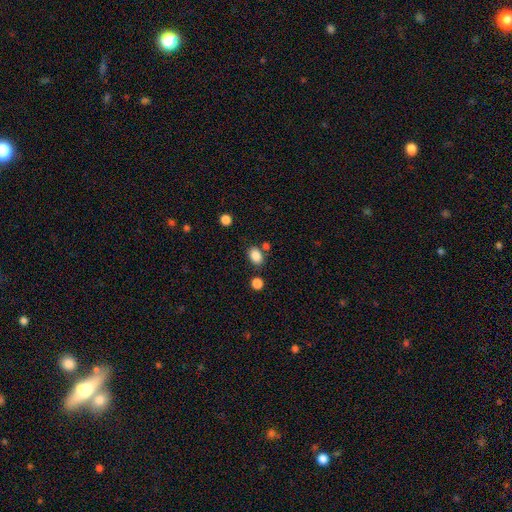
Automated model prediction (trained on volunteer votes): The model was most divided on "how rounded": in between: 73%, round: 25%, cigar-shaped: 1%. More confident: smooth or featured — smooth (86%); merging — none (75%).